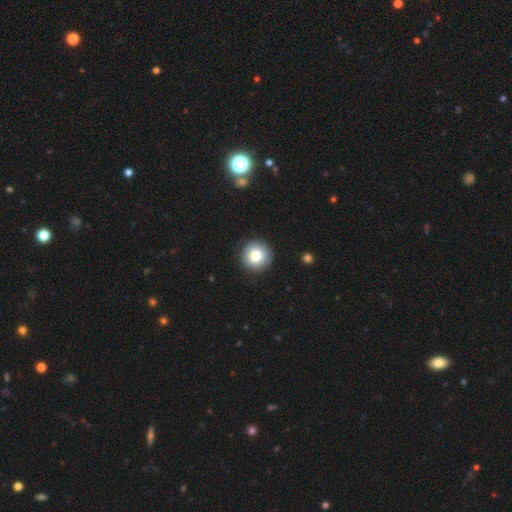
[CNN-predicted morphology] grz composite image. It shows a smooth galaxy with no disk features (81%) that is round (95%). Merging: none (90%).